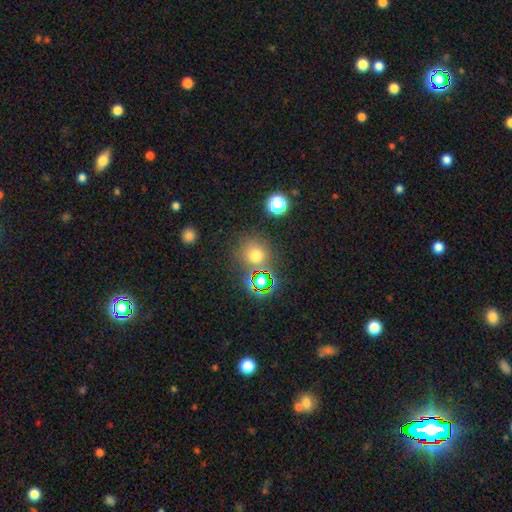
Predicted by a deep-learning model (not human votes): Smooth or featured? smooth (66%)
How rounded? round (88%)
Merging? none (77%)